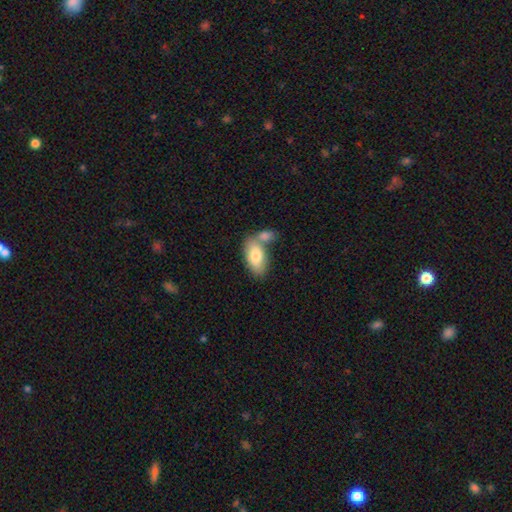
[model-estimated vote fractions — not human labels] Overall: smooth (77%). How rounded: in between (92%). Merging: none (43%; merger 41%).